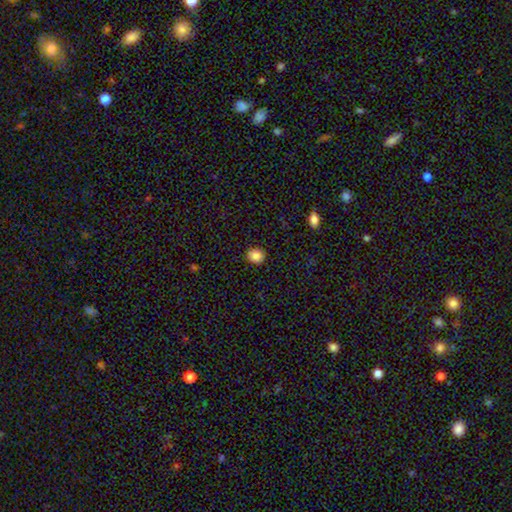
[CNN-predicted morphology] This is clearly a smooth galaxy (86%). How rounded: likely round (77%). Merging: clearly none (91%).